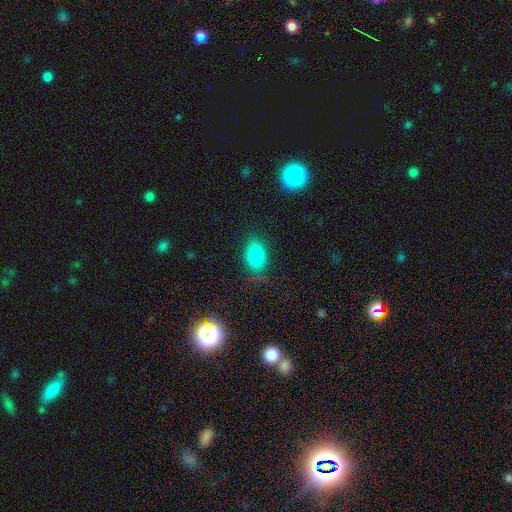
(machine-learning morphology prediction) This is clearly a smooth galaxy (82%). How rounded: clearly in between (83%). Merging: likely none (79%).